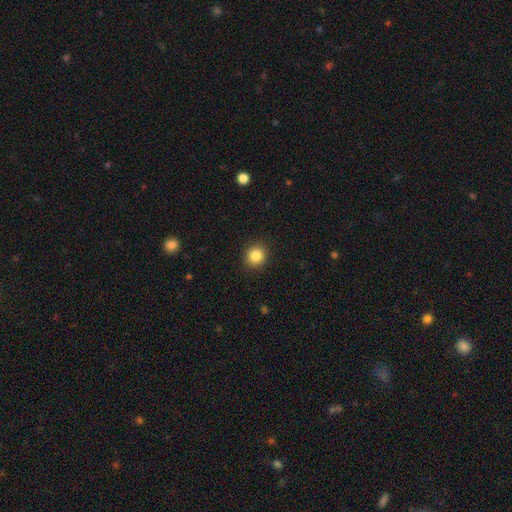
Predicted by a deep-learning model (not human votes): Morphology: type=smooth (85%); roundness=round (88%); merging=none (91%).